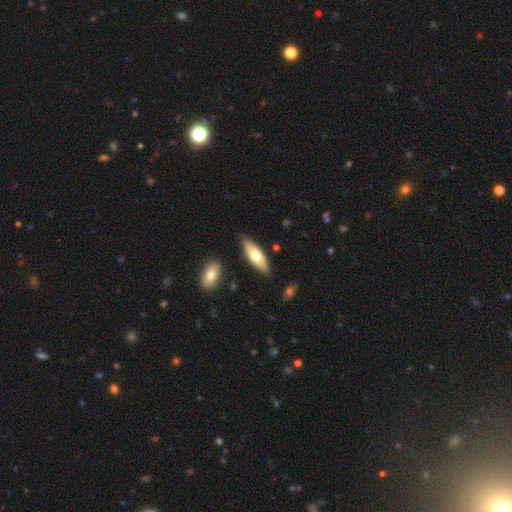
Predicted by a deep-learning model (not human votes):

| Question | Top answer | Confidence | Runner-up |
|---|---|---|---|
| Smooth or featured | smooth | 68% | featured or disk (27%) |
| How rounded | in between | 63% | cigar-shaped (35%) |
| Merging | none | 84% | minor disturbance (12%) |